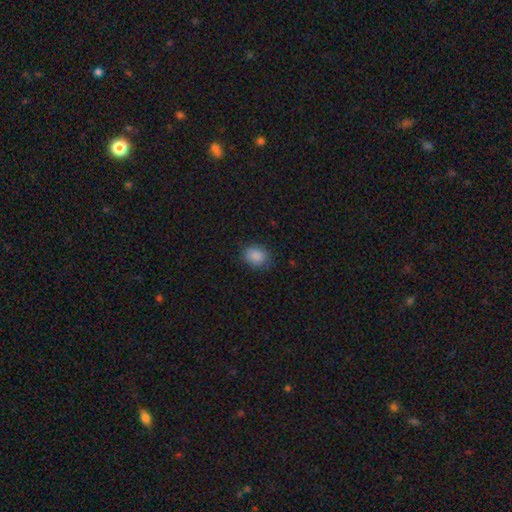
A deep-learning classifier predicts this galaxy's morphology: A smooth galaxy with no disk features (88%) that is in between round and cigar-shaped (51%). Merging: none (80%).